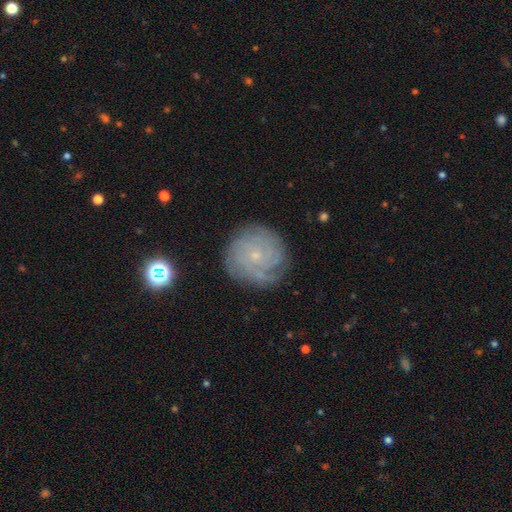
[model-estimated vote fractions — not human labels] A featured or disk galaxy (72%) with no bar (82%), tight (78%) spiral arms (93%) and a small central bulge (85%). Merging: none (79%).